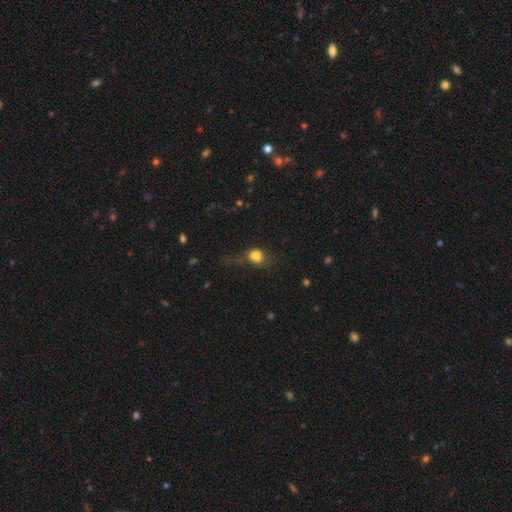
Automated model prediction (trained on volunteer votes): This is likely a smooth galaxy (77%). How rounded: possibly round (59%). Merging: marginally none (36%).